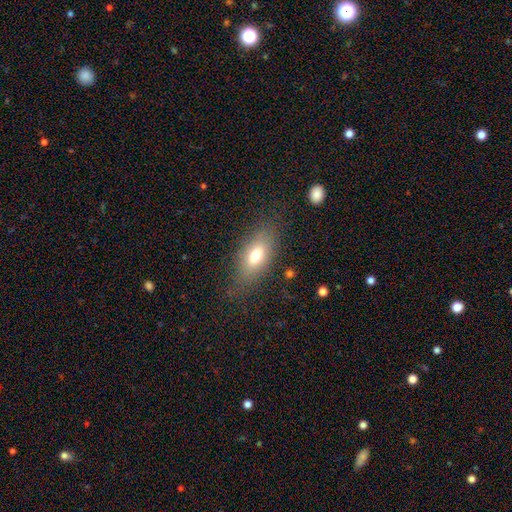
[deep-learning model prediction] smooth_or_featured: smooth (p=0.70) [alt: featured or disk p=0.20]
how_rounded: in between (p=0.83) [alt: cigar-shaped p=0.11]
merging: none (p=0.75) [alt: minor disturbance p=0.16]